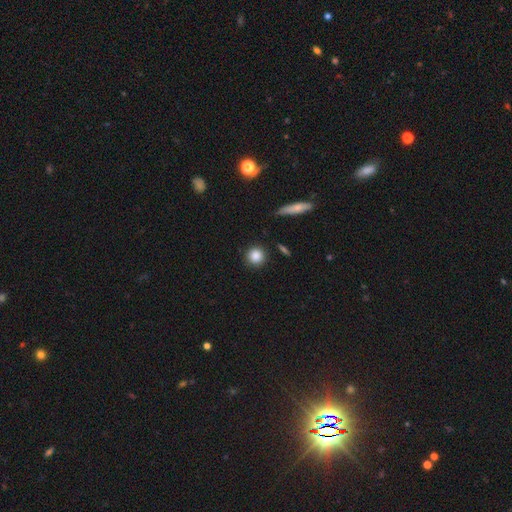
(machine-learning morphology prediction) Smooth or featured: smooth — 87% (star or artifact — 9%)
How rounded: round — 92% (in between — 7%)
Merging: none — 88% (minor disturbance — 7%)